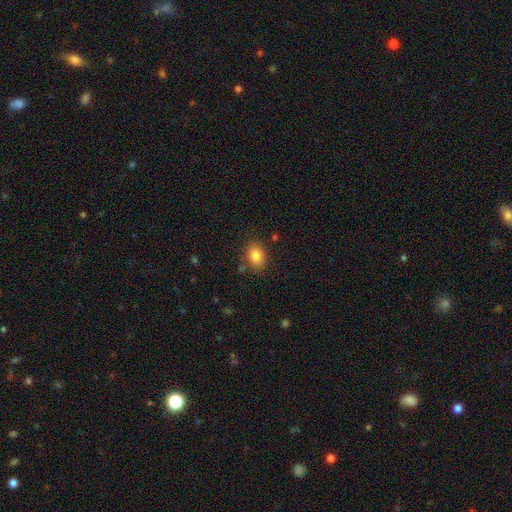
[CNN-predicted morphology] A smooth galaxy with no disk features (83%) that is in between round and cigar-shaped (68%). Merging: none (82%).